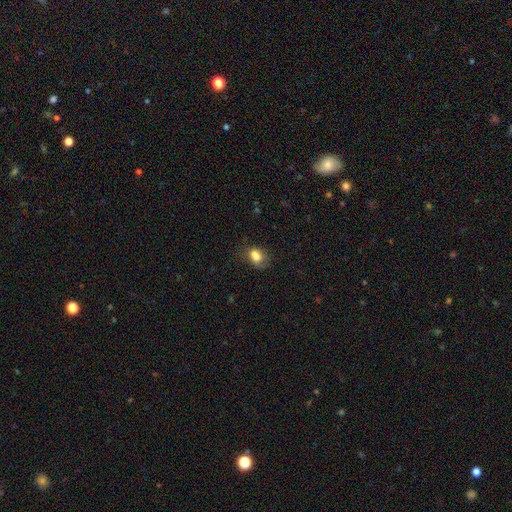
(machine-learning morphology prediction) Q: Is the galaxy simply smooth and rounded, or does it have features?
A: smooth — 76%.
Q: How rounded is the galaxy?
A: in between — 74%.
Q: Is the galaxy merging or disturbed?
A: none — 44%.